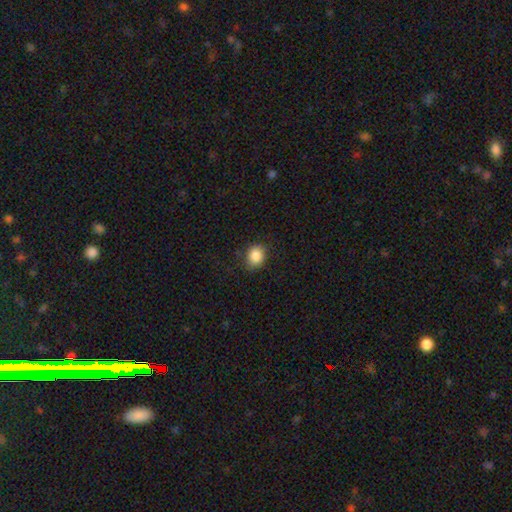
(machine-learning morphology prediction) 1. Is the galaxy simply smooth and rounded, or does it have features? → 87% smooth, 9% star or artifact, 4% featured or disk.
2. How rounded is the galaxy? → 59% round, 40% in between, 1% cigar-shaped.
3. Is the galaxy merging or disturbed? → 82% none, 13% minor disturbance, 3% major disturbance, 1% merger.